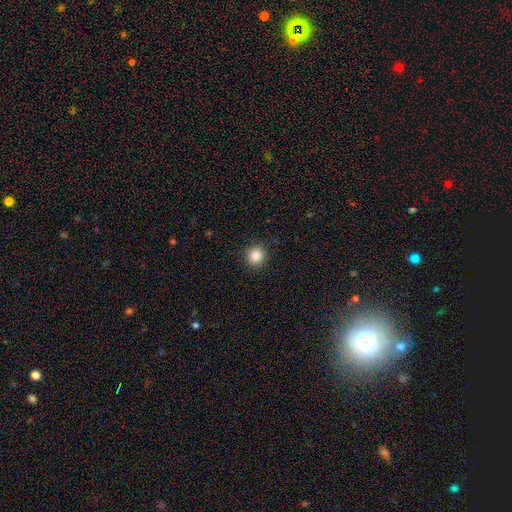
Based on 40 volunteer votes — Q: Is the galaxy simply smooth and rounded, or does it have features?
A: smooth — 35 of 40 (88%).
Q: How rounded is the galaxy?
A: round — 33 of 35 (94%).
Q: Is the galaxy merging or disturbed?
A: none — 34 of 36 (94%).